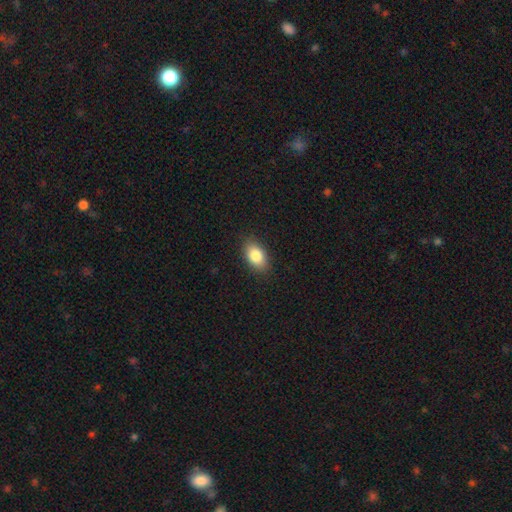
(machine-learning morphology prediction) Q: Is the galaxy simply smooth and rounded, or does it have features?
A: smooth — 84%.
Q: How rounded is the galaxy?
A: in between — 90%.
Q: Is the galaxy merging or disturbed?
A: none — 87%.